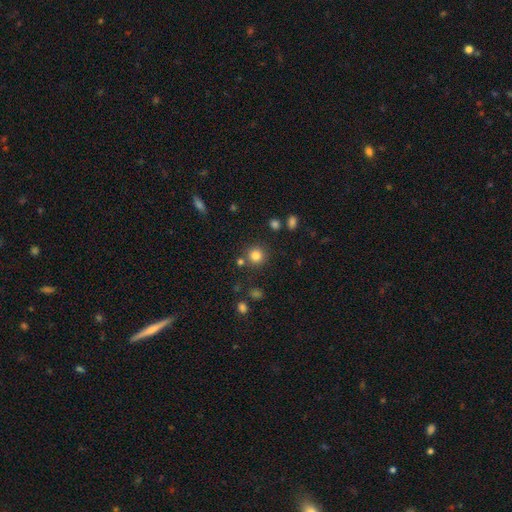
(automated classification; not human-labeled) Smooth or featured? smooth (82%)
How rounded? round (93%)
Merging? none (82%)